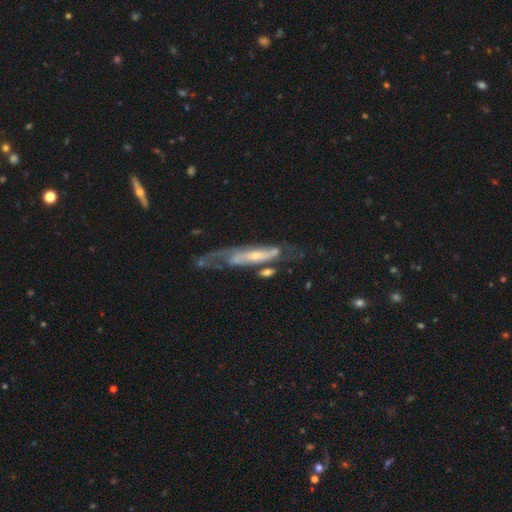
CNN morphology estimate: smooth_or_featured: featured or disk (p=0.77) [alt: smooth p=0.16]
disk_edge_on: no (p=0.67) [alt: yes p=0.33]
bar: no (p=0.50) [alt: weak p=0.31]
has_spiral_arms: yes (p=0.83) [alt: no p=0.17]
bulge_size: small (p=0.61) [alt: moderate p=0.31]
merging: none (p=0.46) [alt: major disturbance p=0.24]